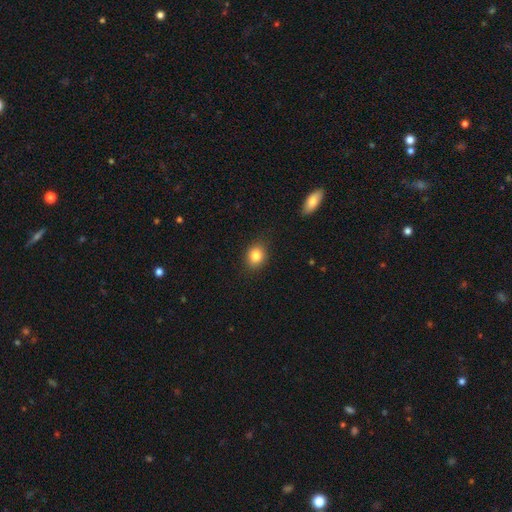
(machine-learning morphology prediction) Q: Smooth or featured?
A: smooth (83%); runner-up: star or artifact (10%)
Q: How rounded?
A: round (55%); runner-up: in between (44%)
Q: Merging?
A: none (86%); runner-up: minor disturbance (10%)